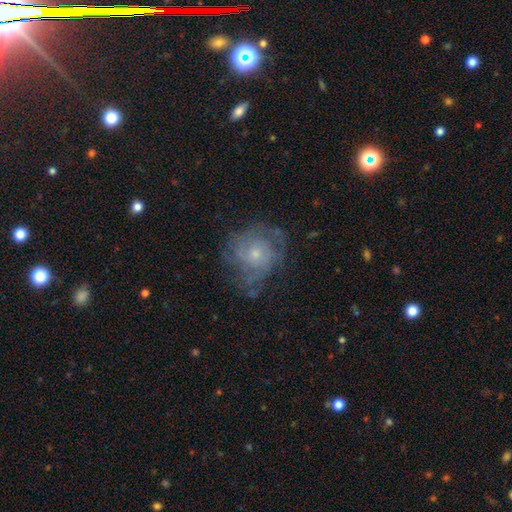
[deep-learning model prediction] smooth-or-featured: featured or disk: 62% | smooth: 20% | star or artifact: 18%
  disk-edge-on: no: 97% | yes: 3%
    bar: no: 79% | weak: 18% | strong: 3%
    has-spiral-arms: yes: 85% | no: 15%
      spiral-winding: tight: 56% | medium: 33% | loose: 11%
      spiral-arm-count: can't tell: 48% | 2: 17% | 3: 15% | 4: 9% | more than 4: 6% | 1: 5%
    bulge-size: small: 61% | moderate: 33% | none: 3% | large: 2% | dominant: 1%
  merging: none: 68% | minor disturbance: 19% | major disturbance: 12% | merger: 2%